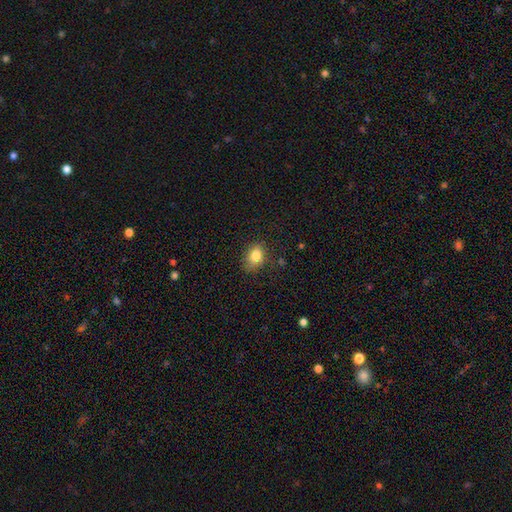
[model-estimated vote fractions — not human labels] Smooth or featured: smooth — 83% (star or artifact — 9%)
How rounded: in between — 70% (round — 29%)
Merging: none — 72% (minor disturbance — 21%)